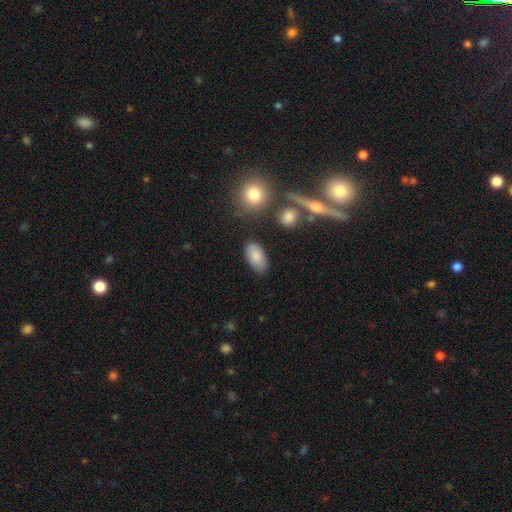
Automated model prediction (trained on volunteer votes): Q: Smooth or featured?
A: smooth (84%); runner-up: featured or disk (9%)
Q: How rounded?
A: in between (93%); runner-up: round (4%)
Q: Merging?
A: none (81%); runner-up: minor disturbance (12%)